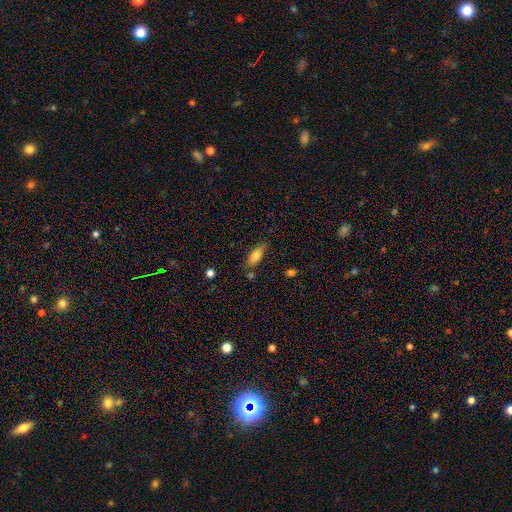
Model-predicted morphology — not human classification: A smooth galaxy with no disk features (76%) that is in between round and cigar-shaped (71%).

Vote fractions:
- Smooth or featured? smooth: 76% / featured or disk: 17% / star or artifact: 7%
- How rounded? in between: 71% / cigar-shaped: 26% / round: 3%
- Merging? none: 66% / minor disturbance: 23% / major disturbance: 5% / merger: 5%